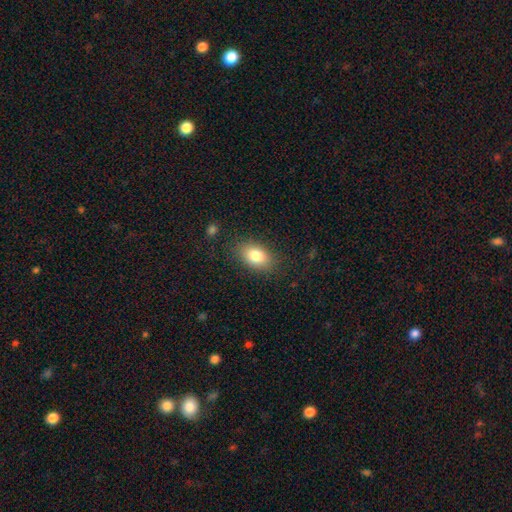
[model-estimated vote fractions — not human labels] Morphology: type=smooth (82%); roundness=in between (86%); merging=none (83%).